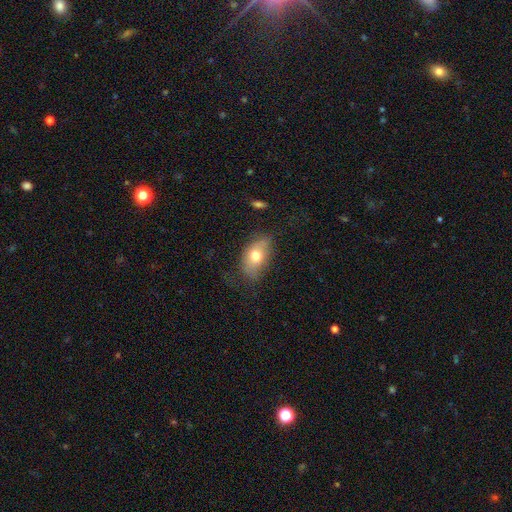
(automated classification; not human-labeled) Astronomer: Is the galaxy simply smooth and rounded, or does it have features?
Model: smooth — 69%.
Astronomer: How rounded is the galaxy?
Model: in between — 85%.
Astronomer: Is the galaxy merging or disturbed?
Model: none — 60%.